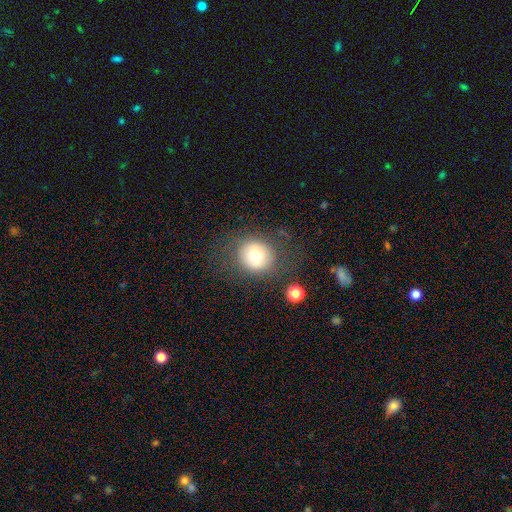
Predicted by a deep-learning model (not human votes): Smooth or featured?
  - smooth: 70% *
  - featured or disk: 18%
  - star or artifact: 12%
How rounded?
  - round: 88% *
  - in between: 12%
  - cigar-shaped: 1%
Merging?
  - none: 77% *
  - minor disturbance: 12%
  - major disturbance: 9%
  - merger: 3%